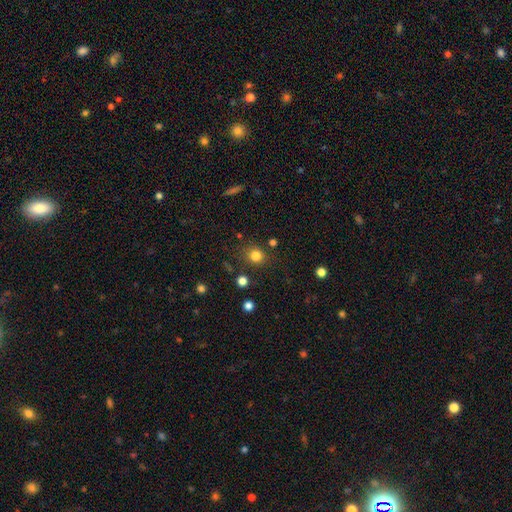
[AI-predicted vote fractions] Smooth or featured?
  - smooth: 80% *
  - star or artifact: 14%
  - featured or disk: 6%
How rounded?
  - round: 83% *
  - in between: 16%
  - cigar-shaped: 1%
Merging?
  - none: 82% *
  - minor disturbance: 10%
  - major disturbance: 4%
  - merger: 4%